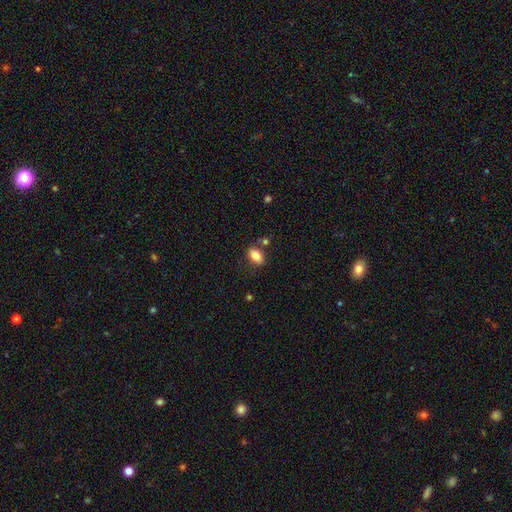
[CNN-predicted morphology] smooth-or-featured: smooth: 84% | star or artifact: 8% | featured or disk: 8%
  how-rounded: in between: 87% | round: 11% | cigar-shaped: 3%
  merging: none: 75% | minor disturbance: 13% | merger: 9% | major disturbance: 3%